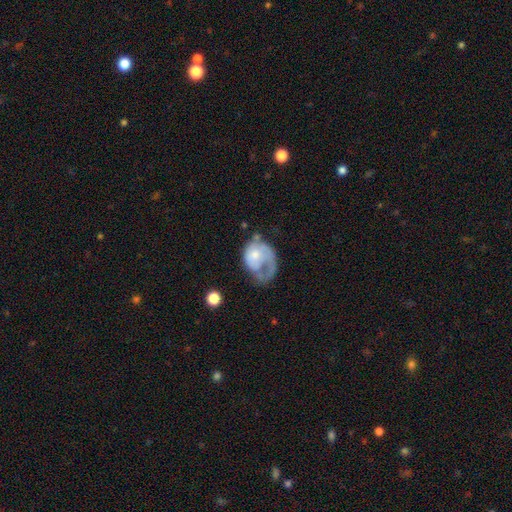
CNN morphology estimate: type=featured or disk (57%); edge-on=no (97%); bar=no (80%); spiral arms=yes (62%); bulge=small (44%); merging=major disturbance (54%).